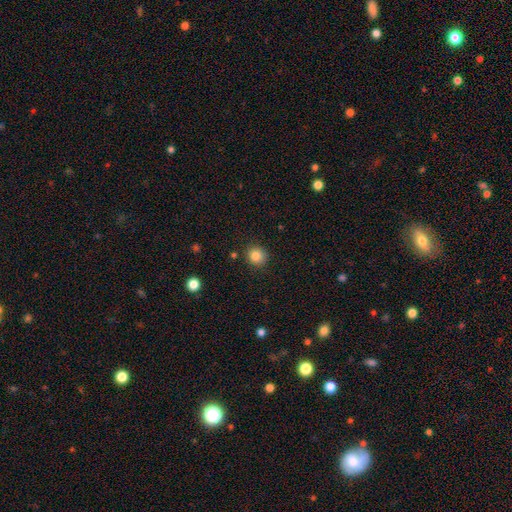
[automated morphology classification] This is clearly a smooth galaxy (84%). How rounded: clearly round (89%). Merging: clearly none (89%).